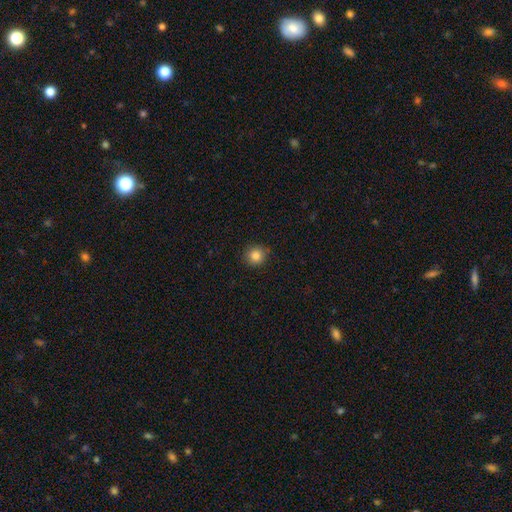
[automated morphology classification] A smooth galaxy with no disk features (85%) that is round (91%). Merging: none (88%).